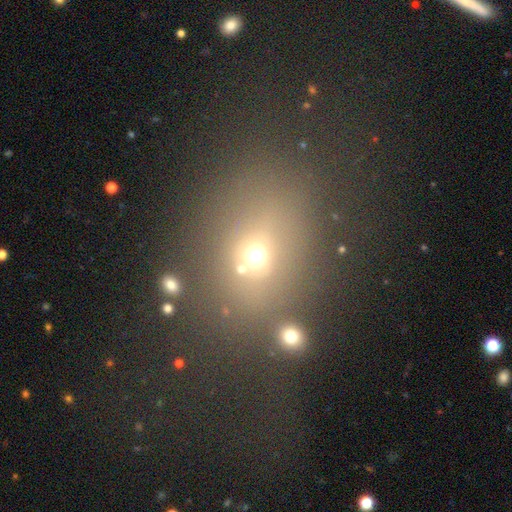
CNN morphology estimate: Smooth or featured: smooth — 59% (star or artifact — 26%)
How rounded: round — 50% (in between — 48%)
Merging: none — 66% (minor disturbance — 14%)